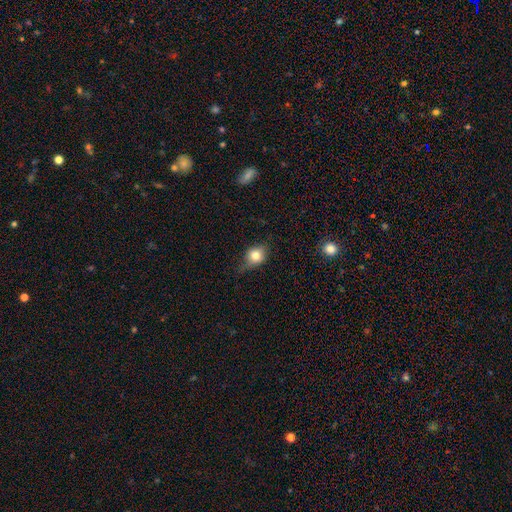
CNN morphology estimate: Smooth or featured? Predicted: smooth (p=0.74). How rounded? Predicted: round (p=0.55). Merging? Predicted: none (p=0.56).